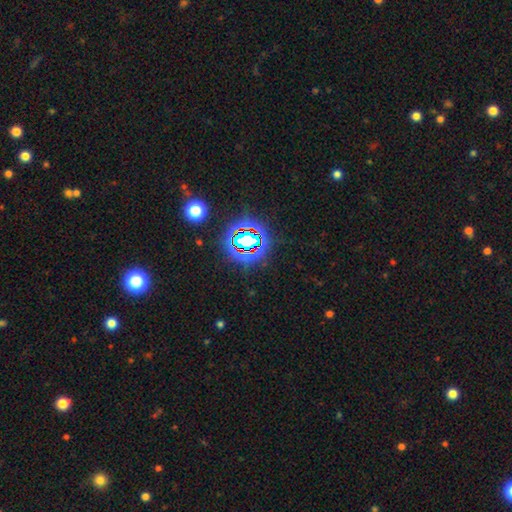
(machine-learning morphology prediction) Smooth or featured?
  - star or artifact: 79% *
  - smooth: 13%
  - featured or disk: 8%